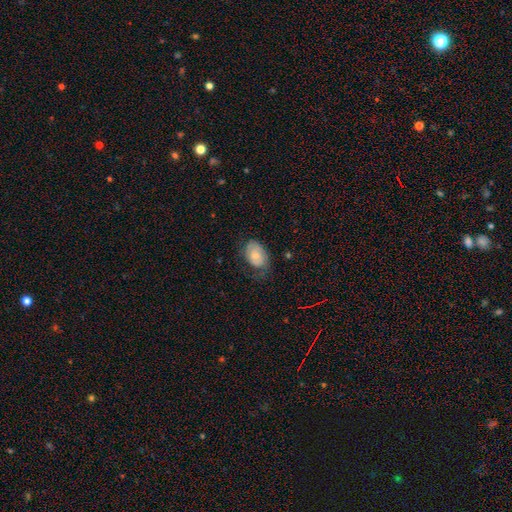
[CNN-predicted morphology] This is likely a smooth galaxy (60%). How rounded: clearly in between (85%). Merging: possibly none (52%).